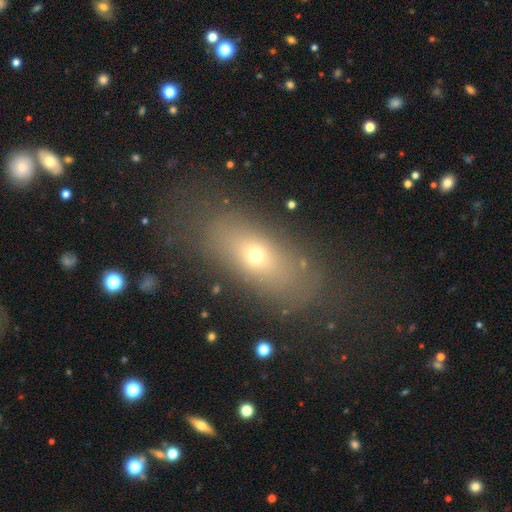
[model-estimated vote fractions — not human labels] A smooth galaxy with no disk features (61%) that is in between round and cigar-shaped (71%).

Vote fractions:
- Smooth or featured? smooth: 61% / featured or disk: 23% / star or artifact: 16%
- How rounded? in between: 71% / cigar-shaped: 18% / round: 11%
- Merging? none: 72% / minor disturbance: 15% / major disturbance: 11% / merger: 2%